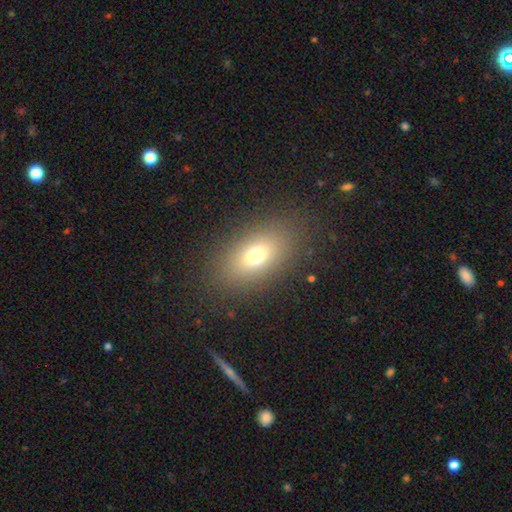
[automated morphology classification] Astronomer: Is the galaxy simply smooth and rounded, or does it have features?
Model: smooth — 71%.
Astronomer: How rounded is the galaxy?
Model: in between — 84%.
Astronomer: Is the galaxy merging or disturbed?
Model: none — 85%.